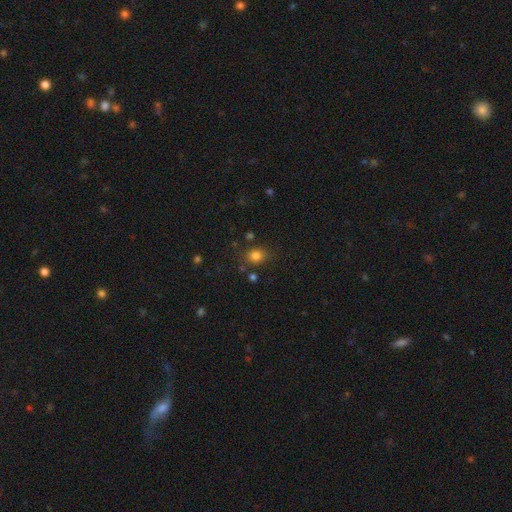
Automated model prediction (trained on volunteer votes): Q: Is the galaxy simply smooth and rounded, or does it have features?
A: smooth — 80%.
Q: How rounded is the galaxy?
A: round — 65%.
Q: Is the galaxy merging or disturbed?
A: none — 78%.